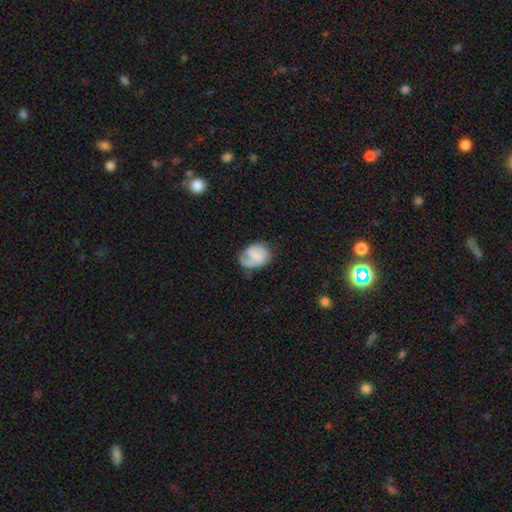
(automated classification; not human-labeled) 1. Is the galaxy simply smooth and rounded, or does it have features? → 52% featured or disk, 40% smooth, 7% star or artifact.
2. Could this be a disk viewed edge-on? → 97% no, 3% yes.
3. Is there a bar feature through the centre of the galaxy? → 44% no, 43% weak, 13% strong.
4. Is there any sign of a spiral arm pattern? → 84% yes, 16% no.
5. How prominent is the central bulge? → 42% small, 32% none, 21% moderate, 4% large, 2% dominant.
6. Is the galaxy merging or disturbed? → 45% none, 31% minor disturbance, 21% major disturbance, 3% merger.